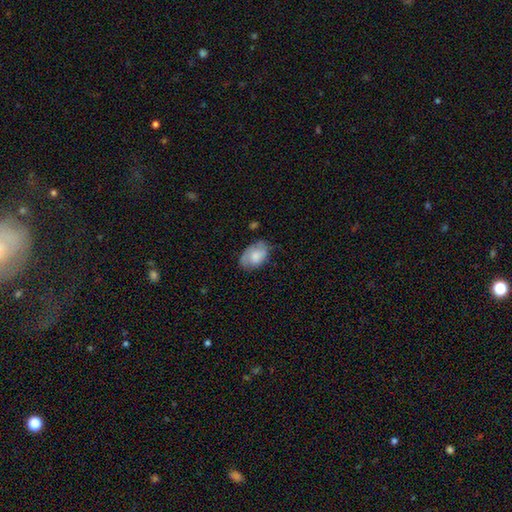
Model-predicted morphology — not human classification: The model was most divided on "merging": none: 57%, minor disturbance: 31%, major disturbance: 9%, merger: 2%. More confident: how rounded — in between (87%); smooth or featured — smooth (71%).